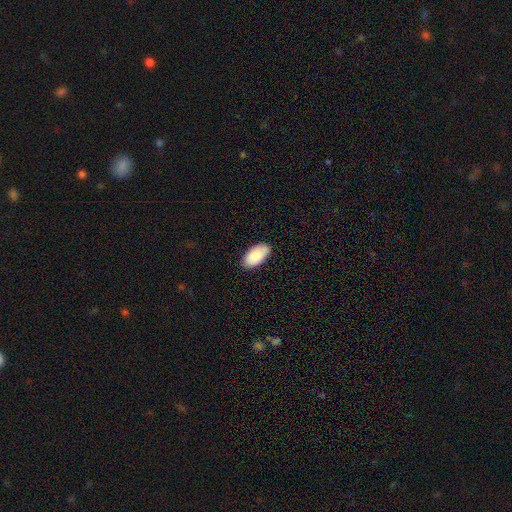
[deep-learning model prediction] smooth-or-featured: smooth: 85% | featured or disk: 9% | star or artifact: 6%
  how-rounded: in between: 96% | round: 2% | cigar-shaped: 2%
  merging: none: 86% | minor disturbance: 11% | major disturbance: 2% | merger: 1%